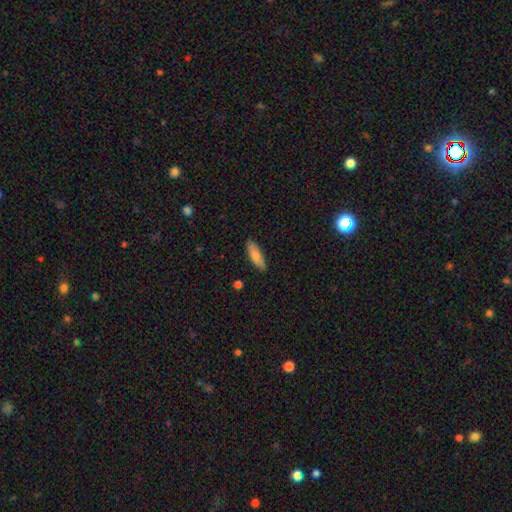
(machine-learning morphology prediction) Smooth or featured: smooth — 81% (featured or disk — 13%)
How rounded: in between — 54% (cigar-shaped — 45%)
Merging: none — 86% (minor disturbance — 11%)